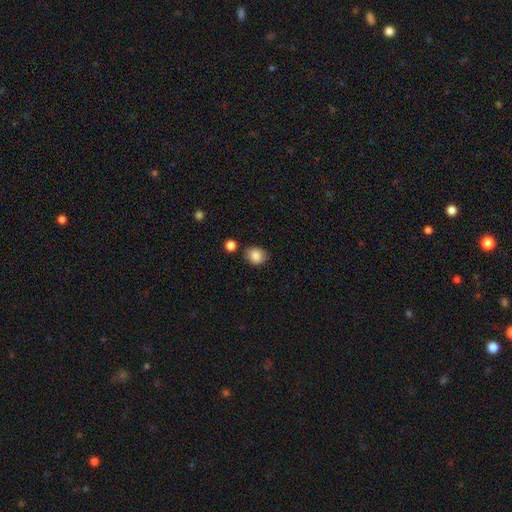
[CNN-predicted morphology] A smooth galaxy with no disk features (86%) that is round (63%).

Vote fractions:
- Smooth or featured? smooth: 86% / star or artifact: 9% / featured or disk: 5%
- How rounded? round: 63% / in between: 36% / cigar-shaped: 1%
- Merging? none: 78% / minor disturbance: 14% / merger: 5% / major disturbance: 3%